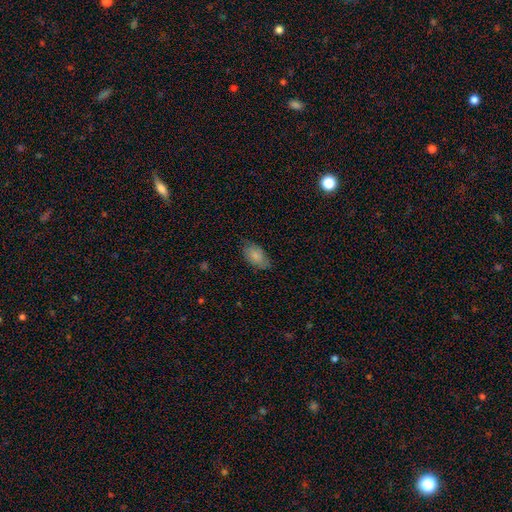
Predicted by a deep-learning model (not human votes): This is likely a smooth galaxy (79%). How rounded: clearly in between (93%). Merging: likely none (69%).